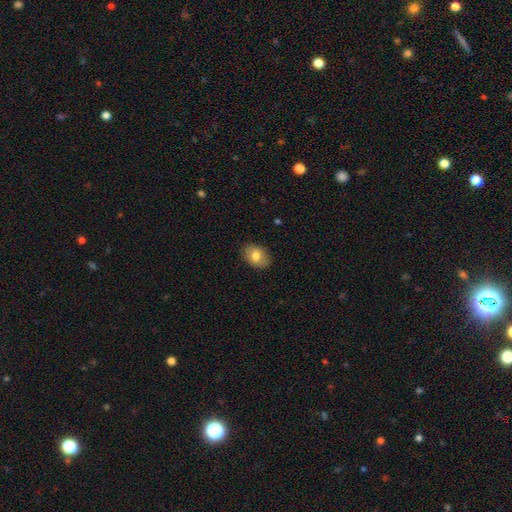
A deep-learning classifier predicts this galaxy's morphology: This is likely a smooth galaxy (79%). How rounded: clearly in between (81%). Merging: clearly none (86%).